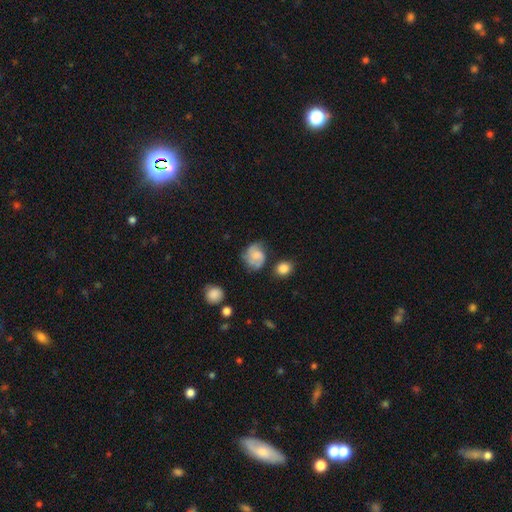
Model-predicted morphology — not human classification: Q: Smooth or featured?
A: smooth (47%); runner-up: featured or disk (44%)
Q: Merging?
A: none (54%); runner-up: minor disturbance (27%)